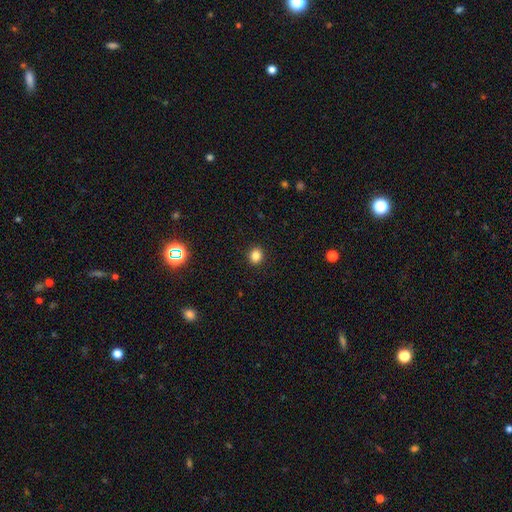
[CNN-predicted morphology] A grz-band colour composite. It shows a smooth galaxy with no disk features (83%) that is round (77%). Merging: none (92%).